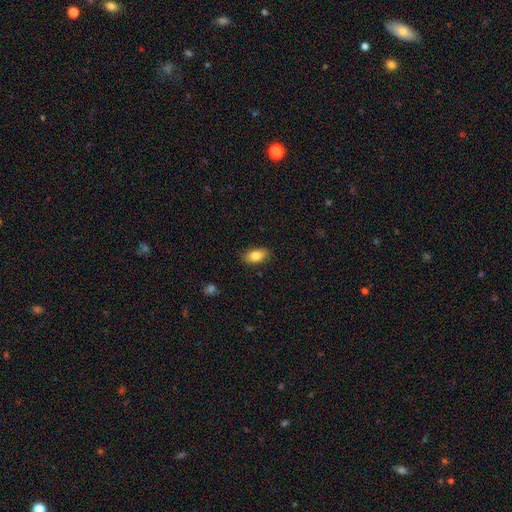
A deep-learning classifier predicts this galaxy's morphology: smooth 84%, featured or disk 8%, star or artifact 7%. Down the decision tree: how rounded — in between (90%); merging — none (85%).